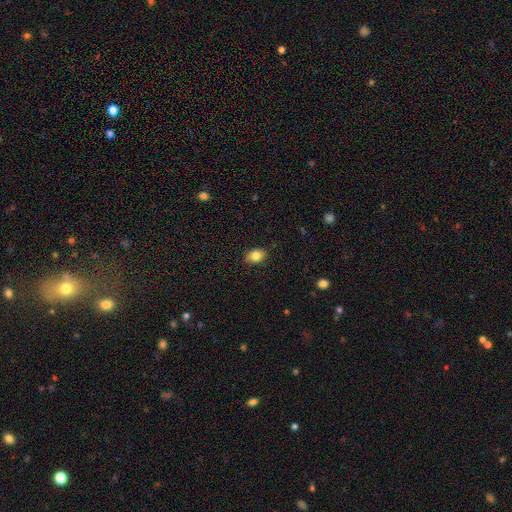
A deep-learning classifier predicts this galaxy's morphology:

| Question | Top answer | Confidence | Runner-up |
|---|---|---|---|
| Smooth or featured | smooth | 83% | star or artifact (9%) |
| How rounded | in between | 76% | round (23%) |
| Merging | none | 88% | minor disturbance (9%) |